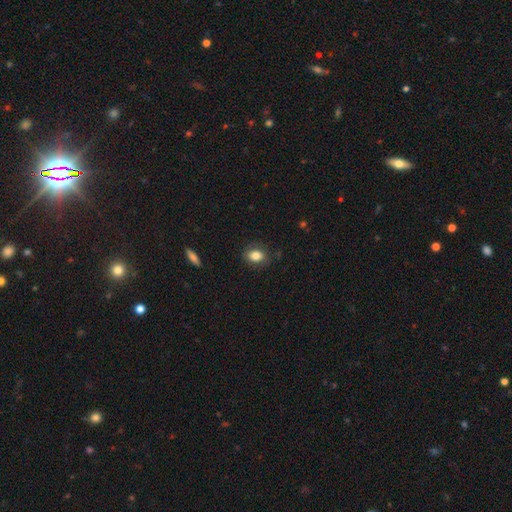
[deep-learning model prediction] A smooth galaxy with no disk features (82%) that is in between round and cigar-shaped (66%). Merging: none (80%).